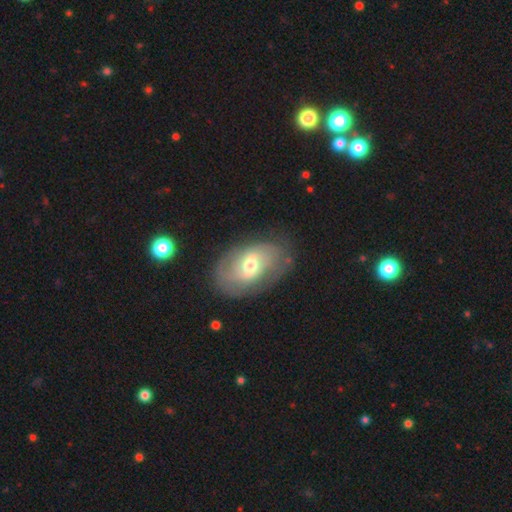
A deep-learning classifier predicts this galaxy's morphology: Q: Smooth or featured?
A: featured or disk (48%); runner-up: smooth (31%)
Q: Merging?
A: none (82%); runner-up: minor disturbance (11%)